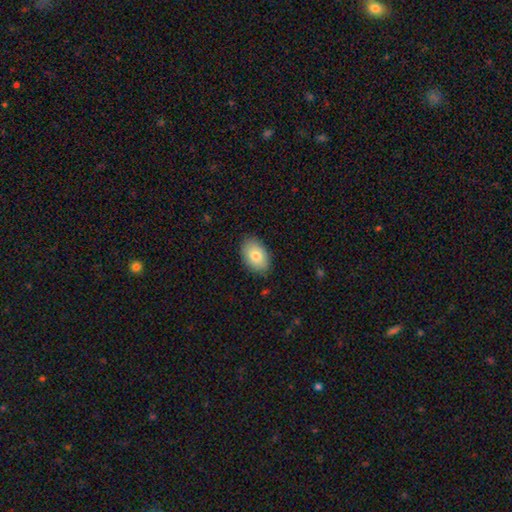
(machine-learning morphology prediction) A smooth galaxy with no disk features (81%) that is in between round and cigar-shaped (90%).

Vote fractions:
- Smooth or featured? smooth: 81% / featured or disk: 12% / star or artifact: 7%
- How rounded? in between: 90% / round: 9% / cigar-shaped: 1%
- Merging? none: 86% / minor disturbance: 11% / major disturbance: 2% / merger: 1%